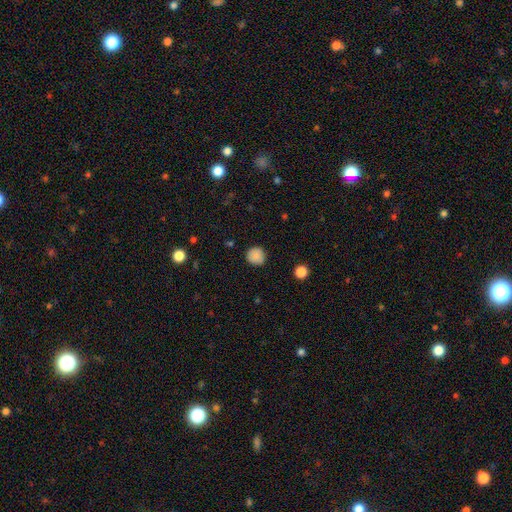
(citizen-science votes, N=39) This is clearly a smooth galaxy (87%). How rounded: clearly round (94%). Merging: clearly none (89%).